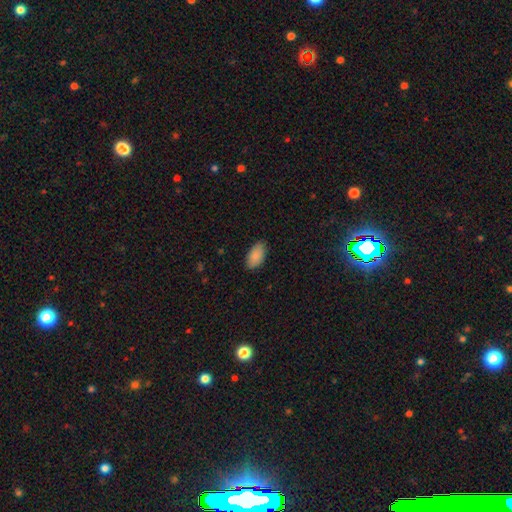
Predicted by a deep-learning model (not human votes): Smooth or featured: smooth — 88% (star or artifact — 6%)
How rounded: in between — 95% (round — 3%)
Merging: none — 84% (minor disturbance — 13%)